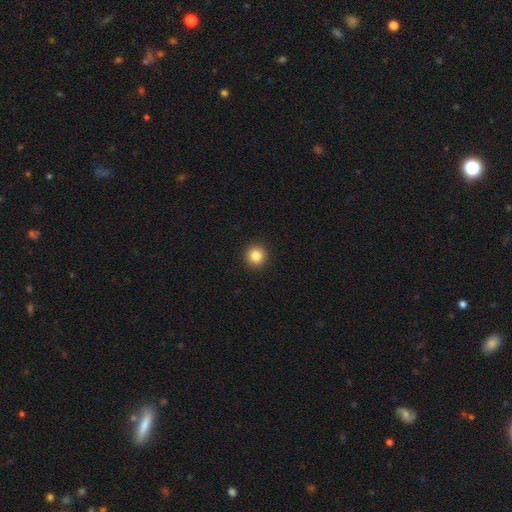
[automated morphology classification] The model was most divided on "smooth or featured": smooth: 84%, star or artifact: 11%, featured or disk: 5%. More confident: how rounded — round (94%); merging — none (93%).